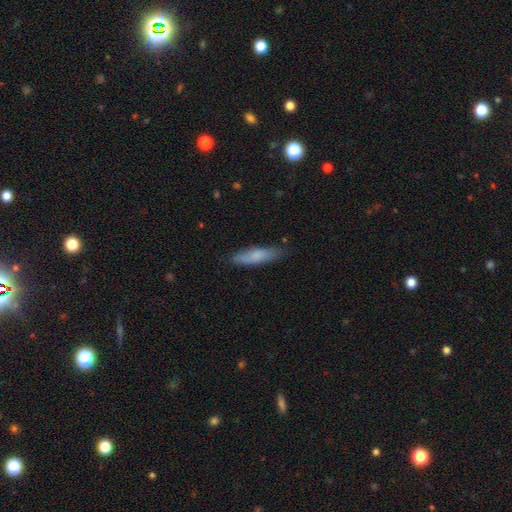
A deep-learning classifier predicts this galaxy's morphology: Smooth or featured? smooth (75%)
How rounded? cigar-shaped (74%)
Merging? none (79%)